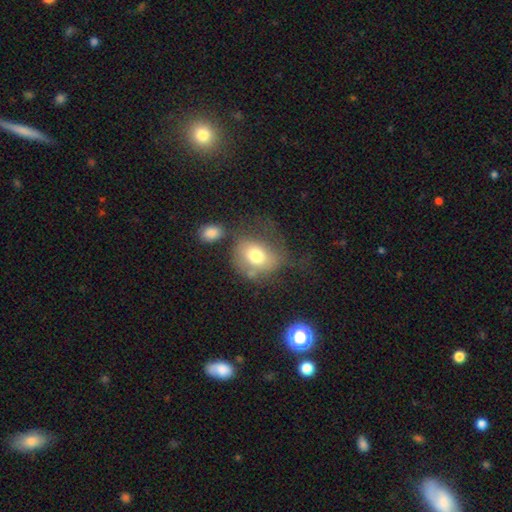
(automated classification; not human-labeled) A smooth galaxy with no disk features (69%) that is round (60%). Merging: none (39%).